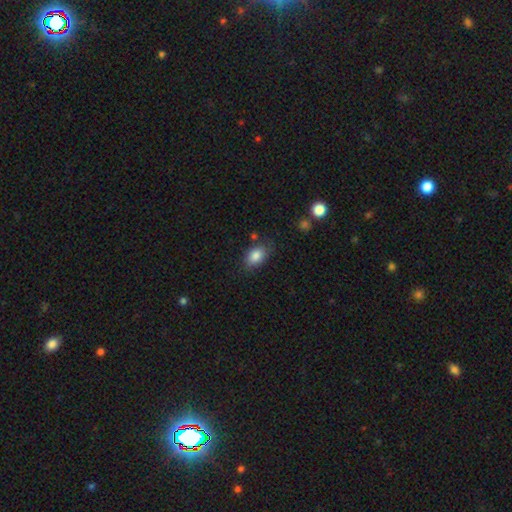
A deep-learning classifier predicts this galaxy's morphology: type=smooth (85%); roundness=in between (85%); merging=none (73%).